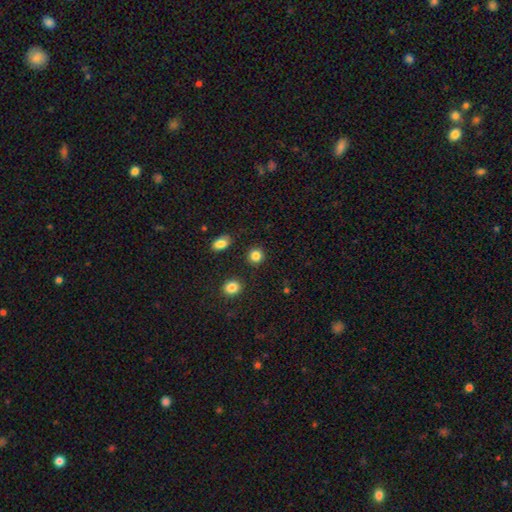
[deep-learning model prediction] The model was most divided on "smooth or featured": smooth: 85%, star or artifact: 11%, featured or disk: 4%. More confident: merging — none (88%); how rounded — round (87%).